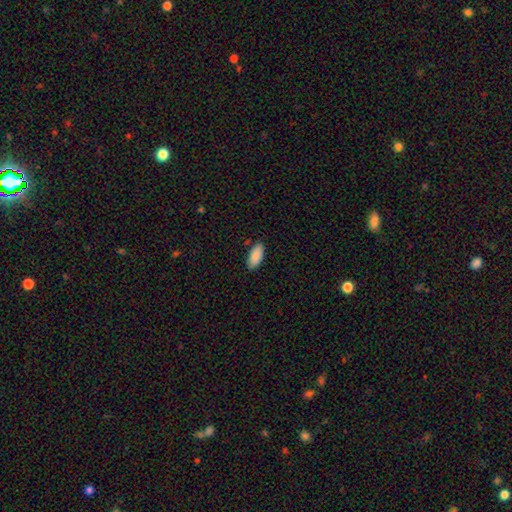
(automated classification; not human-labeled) Q: Smooth or featured?
A: smooth (89%); runner-up: star or artifact (6%)
Q: How rounded?
A: in between (90%); runner-up: cigar-shaped (8%)
Q: Merging?
A: none (83%); runner-up: minor disturbance (13%)